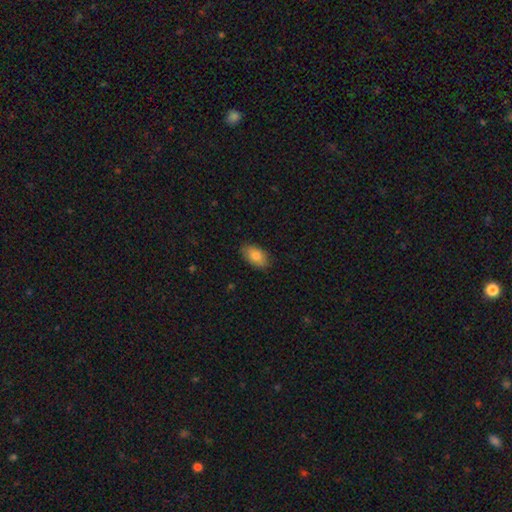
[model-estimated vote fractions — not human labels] A smooth galaxy with no disk features (83%) that is in between round and cigar-shaped (92%). Merging: none (85%).